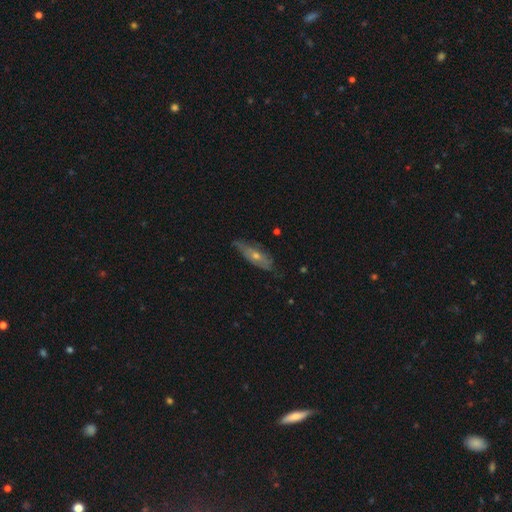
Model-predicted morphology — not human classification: Smooth or featured? featured or disk (59%)
Edge-on disk? no (54%)
Merging? none (73%)